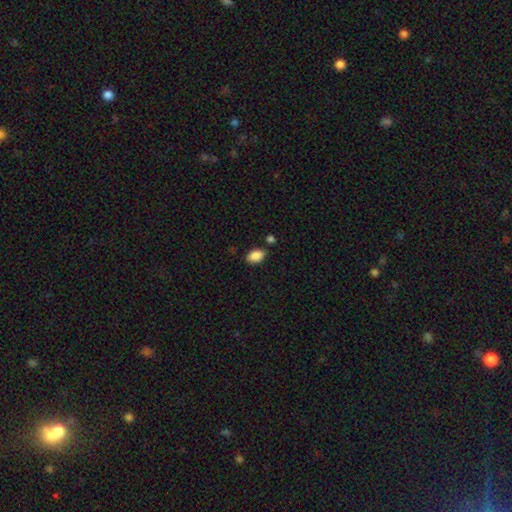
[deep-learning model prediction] Smooth or featured? smooth (88%)
How rounded? in between (91%)
Merging? none (82%)